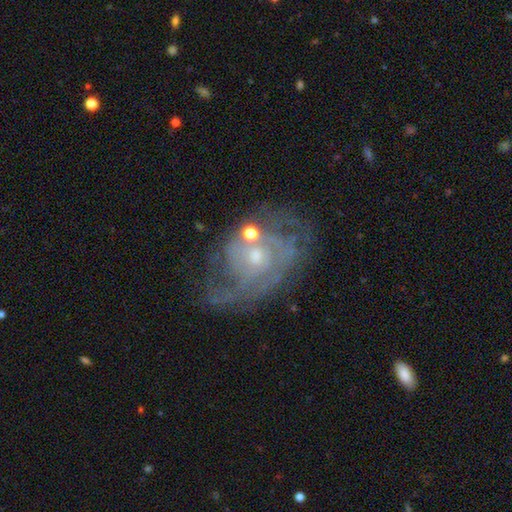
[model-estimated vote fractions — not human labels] A featured or disk galaxy (82%) with no bar (74%), tight (53%) spiral arms (89%) and a small central bulge (59%).

Vote fractions:
- Smooth or featured? featured or disk: 82% / smooth: 10% / star or artifact: 8%
- Edge-on disk? no: 97% / yes: 3%
- Bar? no: 74% / weak: 23% / strong: 3%
- Spiral arms? yes: 89% / no: 11%
- Spiral winding? tight: 53% / medium: 34% / loose: 13%
- Spiral arm count? can't tell: 37% / 2: 31% / 3: 14% / 1: 7% / 4: 6% / more than 4: 5%
- Bulge size? small: 59% / moderate: 35% / none: 3% / large: 2% / dominant: 1%
- Merging? none: 53% / minor disturbance: 22% / major disturbance: 17% / merger: 7%